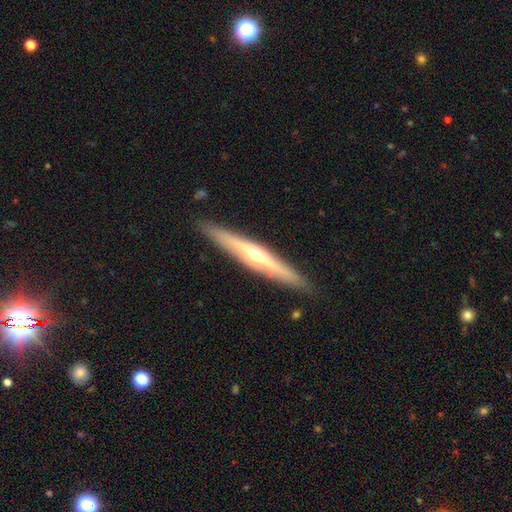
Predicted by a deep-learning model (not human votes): Smooth or featured?
  - featured or disk: 73% *
  - smooth: 22%
  - star or artifact: 6%
Edge-on disk?
  - yes: 96% *
  - no: 4%
Edge-on bulge?
  - rounded: 88% *
  - none: 9%
  - boxy: 3%
Merging?
  - none: 90% *
  - minor disturbance: 7%
  - major disturbance: 1%
  - merger: 1%